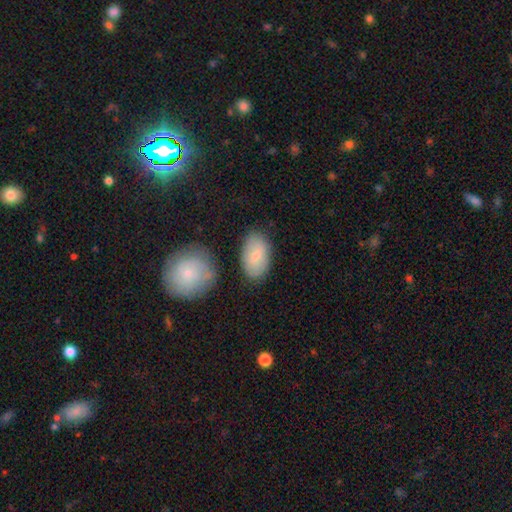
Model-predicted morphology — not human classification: Smooth or featured? Predicted: smooth (p=0.77). How rounded? Predicted: in between (p=0.93). Merging? Predicted: none (p=0.75).